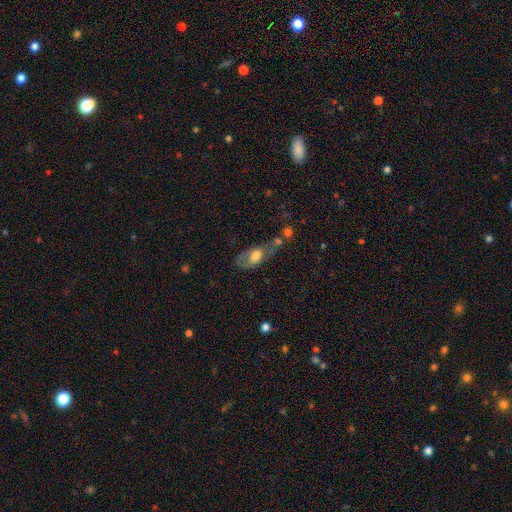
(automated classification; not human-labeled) Smooth or featured?
  - smooth: 55% *
  - featured or disk: 37%
  - star or artifact: 8%
How rounded?
  - in between: 83% *
  - cigar-shaped: 10%
  - round: 7%
Merging?
  - none: 33% *
  - minor disturbance: 25%
  - major disturbance: 21%
  - merger: 21%